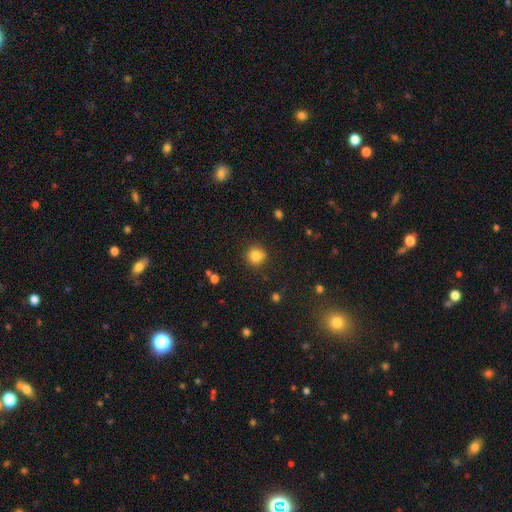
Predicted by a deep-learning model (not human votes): Overall: smooth (83%). How rounded: round (91%). Merging: none (84%).